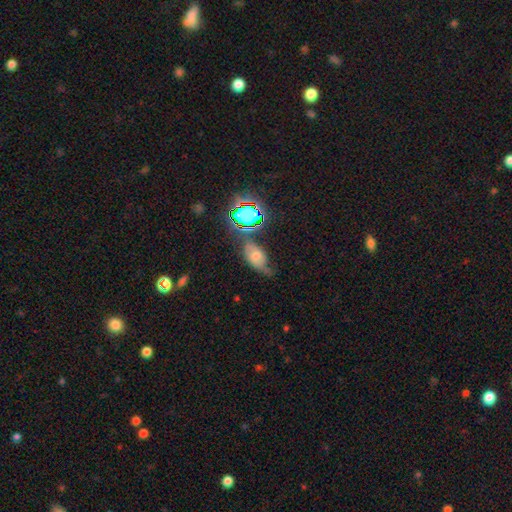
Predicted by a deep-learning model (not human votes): Smooth or featured: smooth — 40% (featured or disk — 34%)
Merging: none — 47% (minor disturbance — 31%)